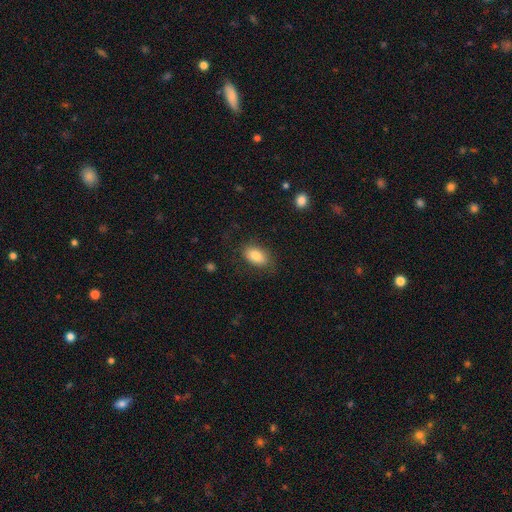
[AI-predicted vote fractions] A smooth galaxy with no disk features (83%) that is in between round and cigar-shaped (91%).

Vote fractions:
- Smooth or featured? smooth: 83% / featured or disk: 9% / star or artifact: 7%
- How rounded? in between: 91% / round: 7% / cigar-shaped: 2%
- Merging? none: 75% / minor disturbance: 17% / major disturbance: 7% / merger: 1%